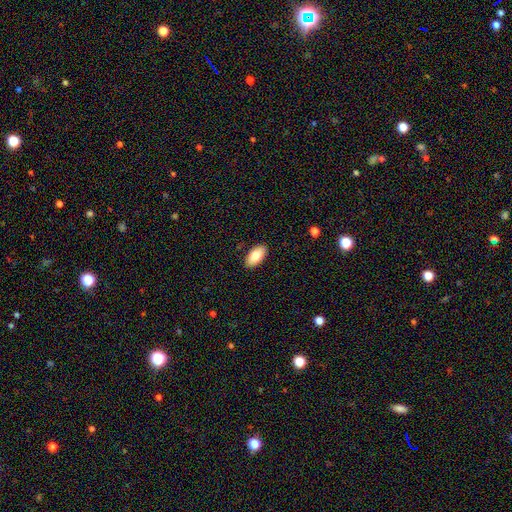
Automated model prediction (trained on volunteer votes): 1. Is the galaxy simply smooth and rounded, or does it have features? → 81% smooth, 13% featured or disk, 6% star or artifact.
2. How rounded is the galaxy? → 94% in between, 3% cigar-shaped, 3% round.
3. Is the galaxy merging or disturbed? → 89% none, 8% minor disturbance, 2% major disturbance, 1% merger.